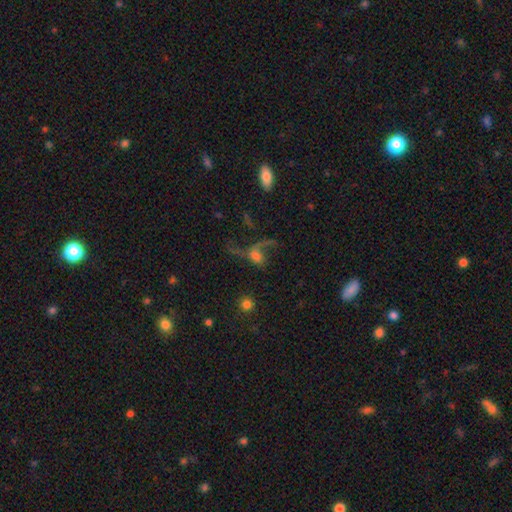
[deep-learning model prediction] Overall: featured or disk (47%; smooth 35%). Merging: major disturbance (50%; none 26%).